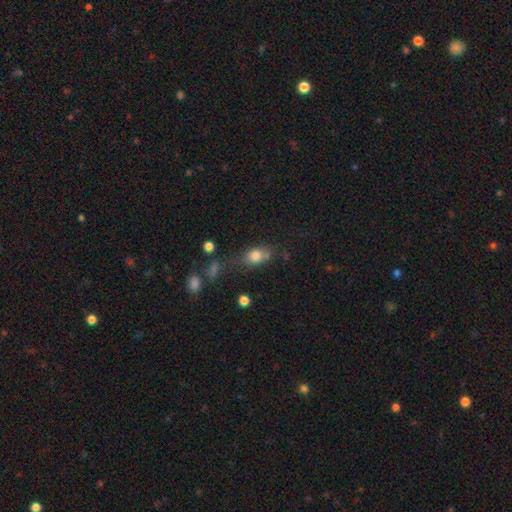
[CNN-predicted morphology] Smooth or featured: smooth — 77% (featured or disk — 12%)
How rounded: in between — 62% (round — 33%)
Merging: none — 50% (minor disturbance — 23%)